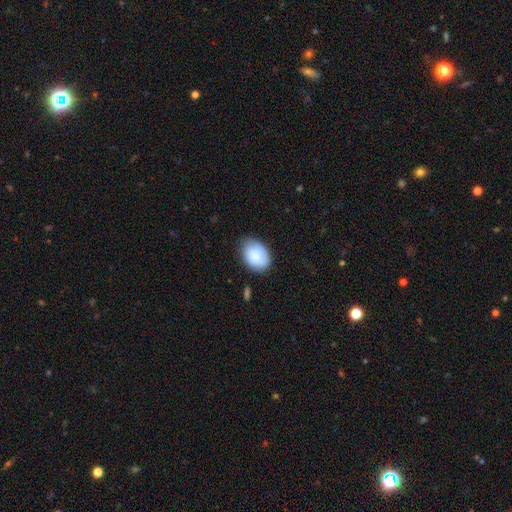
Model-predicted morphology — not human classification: The model was most divided on "merging": none: 71%, minor disturbance: 23%, major disturbance: 4%, merger: 2%. More confident: smooth or featured — smooth (83%); how rounded — in between (80%).